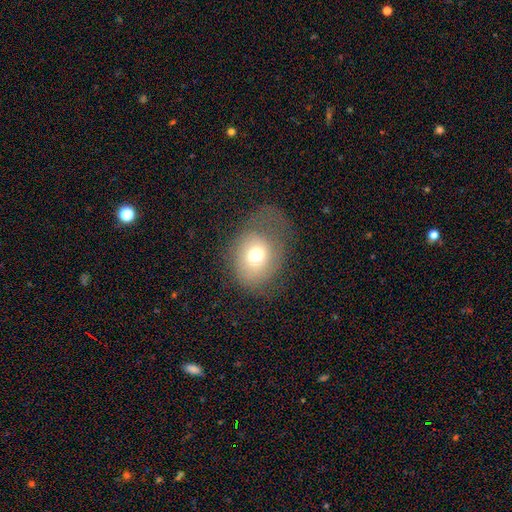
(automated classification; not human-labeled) Morphology: type=smooth (66%); roundness=round (61%); merging=none (44%).